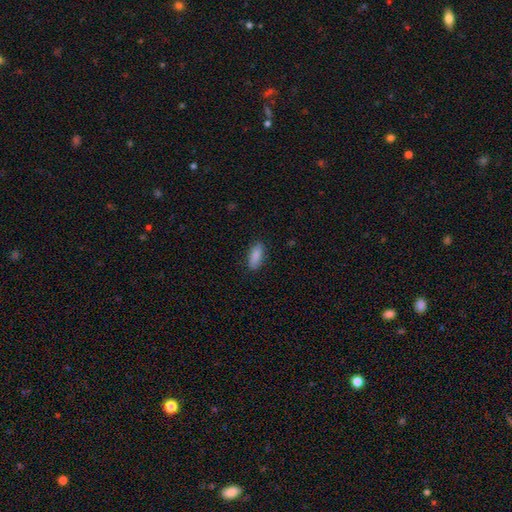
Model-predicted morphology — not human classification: smooth 87%, featured or disk 6%, star or artifact 6%. Down the decision tree: how rounded — in between (77%); merging — none (85%).